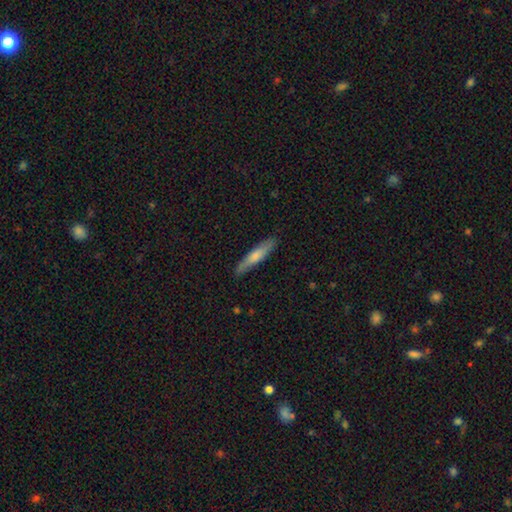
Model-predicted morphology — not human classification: Smooth or featured? Predicted: smooth (p=0.65). How rounded? Predicted: cigar-shaped (p=0.89). Merging? Predicted: none (p=0.87).